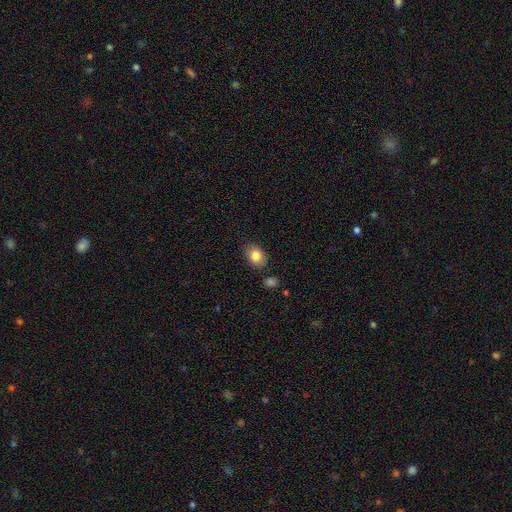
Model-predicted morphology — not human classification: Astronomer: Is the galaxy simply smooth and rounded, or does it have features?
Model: smooth — 83%.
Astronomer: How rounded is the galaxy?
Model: in between — 69%.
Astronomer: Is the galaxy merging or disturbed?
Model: none — 81%.